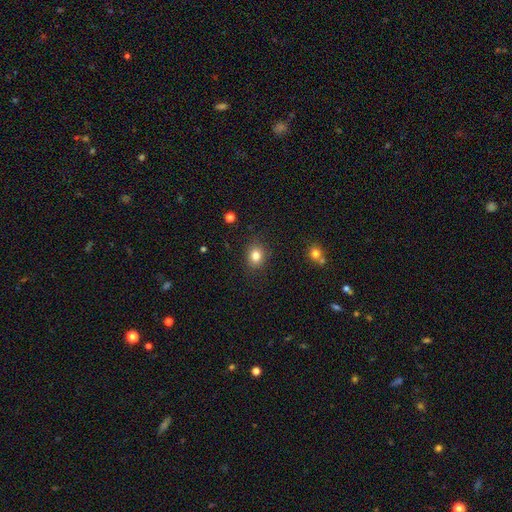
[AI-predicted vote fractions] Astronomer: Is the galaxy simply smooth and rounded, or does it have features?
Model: smooth — 82%.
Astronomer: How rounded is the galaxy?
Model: round — 62% (runner-up: in between, 37%).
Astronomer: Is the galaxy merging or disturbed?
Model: none — 87%.